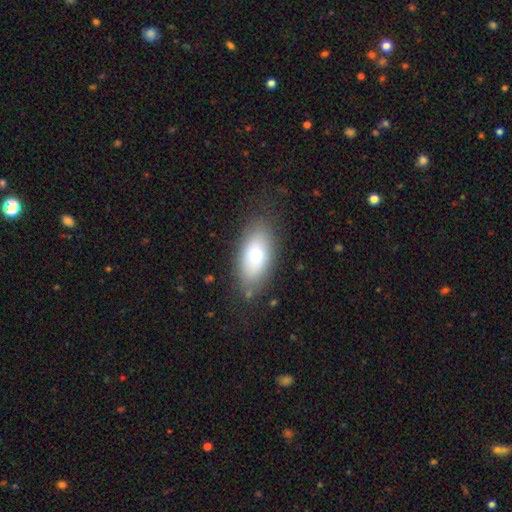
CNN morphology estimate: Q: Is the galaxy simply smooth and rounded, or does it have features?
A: smooth — 72%.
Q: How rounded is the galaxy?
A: in between — 89%.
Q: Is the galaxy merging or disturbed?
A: none — 78%.